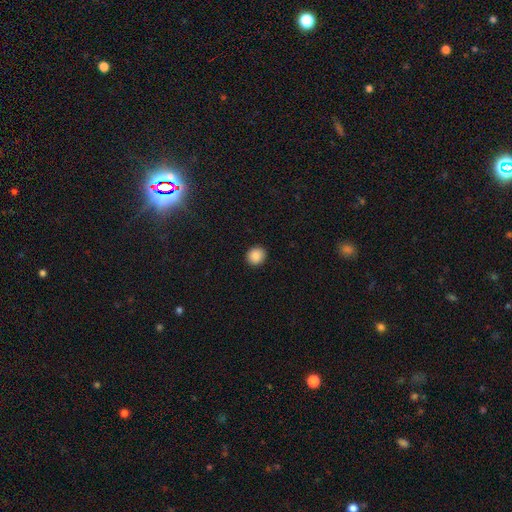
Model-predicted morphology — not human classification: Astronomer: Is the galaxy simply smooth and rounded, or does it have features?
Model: smooth — 88%.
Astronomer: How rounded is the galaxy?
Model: round — 86%.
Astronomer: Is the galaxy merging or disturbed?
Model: none — 91%.